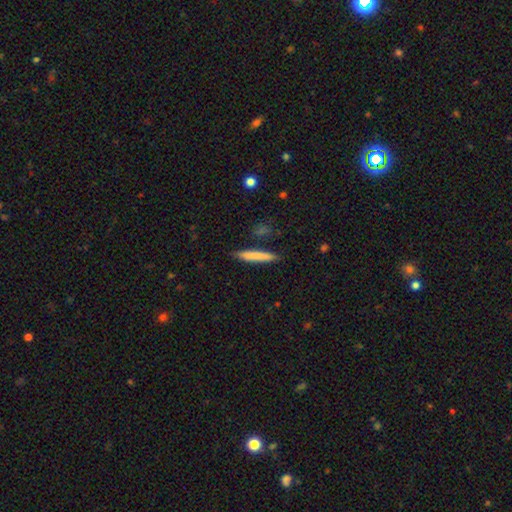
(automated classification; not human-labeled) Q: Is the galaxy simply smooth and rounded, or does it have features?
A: smooth — 77%.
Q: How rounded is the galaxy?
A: cigar-shaped — 94%.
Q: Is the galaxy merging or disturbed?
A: none — 86%.